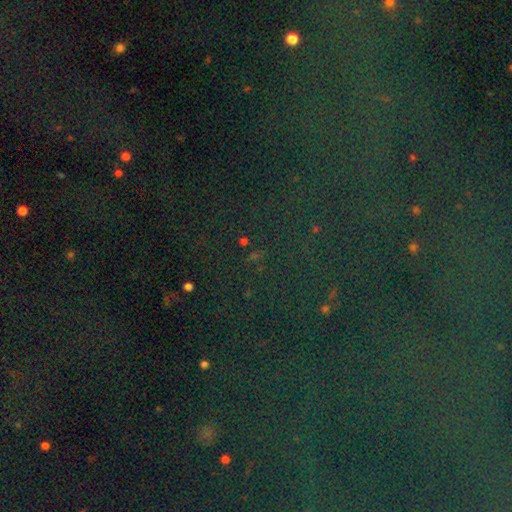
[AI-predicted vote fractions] Smooth or featured? star or artifact (82%)